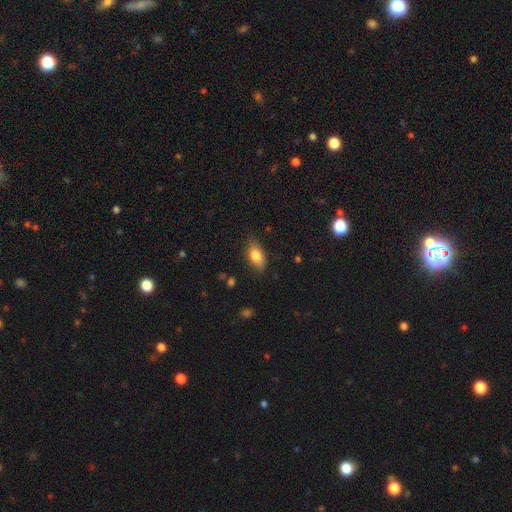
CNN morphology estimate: smooth_or_featured: smooth (p=0.82) [alt: featured or disk p=0.11]
how_rounded: in between (p=0.89) [alt: cigar-shaped p=0.06]
merging: none (p=0.78) [alt: minor disturbance p=0.18]